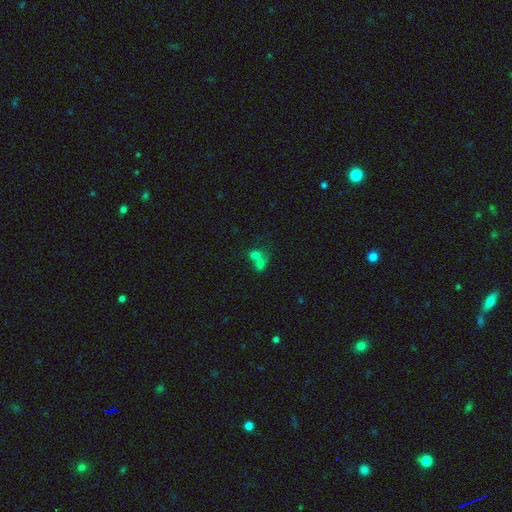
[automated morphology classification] Smooth or featured? Predicted: smooth (p=0.69). How rounded? Predicted: round (p=0.65). Merging? Predicted: merger (p=0.69).